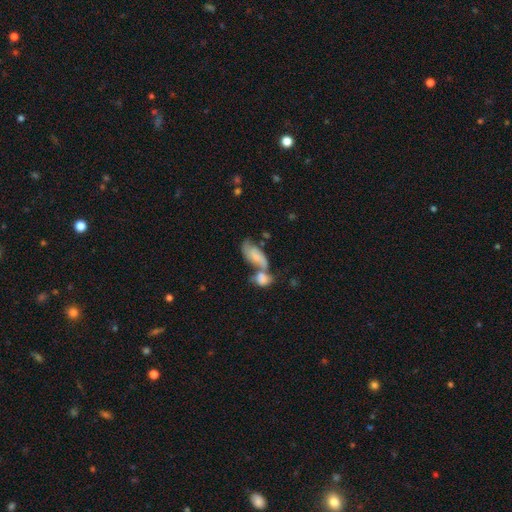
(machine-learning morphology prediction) This is possibly a smooth galaxy (55%). How rounded: clearly in between (85%). Merging: likely merger (62%).